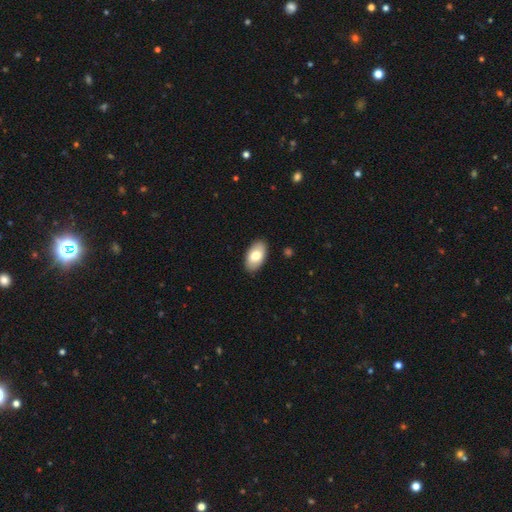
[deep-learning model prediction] Morphology: type=smooth (77%); roundness=in between (95%); merging=none (89%).